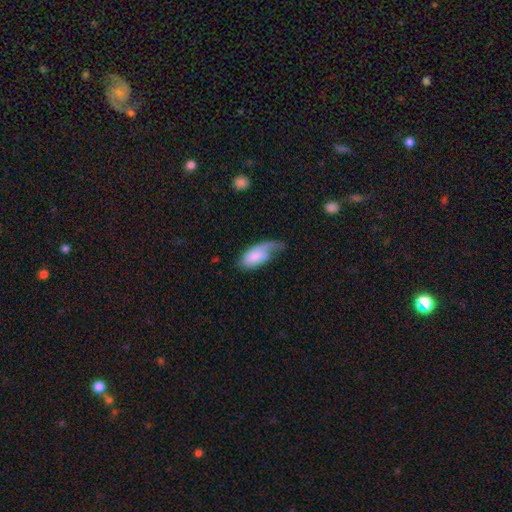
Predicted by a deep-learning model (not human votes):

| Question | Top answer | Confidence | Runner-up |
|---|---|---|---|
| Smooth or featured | smooth | 64% | featured or disk (30%) |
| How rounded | in between | 91% | cigar-shaped (6%) |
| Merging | major disturbance | 35% | minor disturbance (34%) |